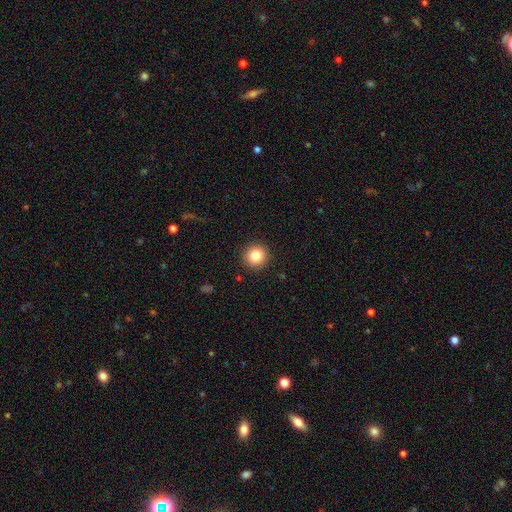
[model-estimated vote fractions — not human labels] Smooth or featured? Predicted: smooth (p=0.84). How rounded? Predicted: round (p=0.93). Merging? Predicted: none (p=0.91).